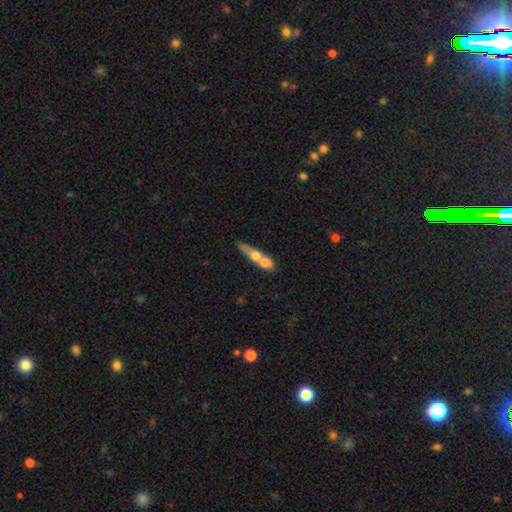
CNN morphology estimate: A smooth galaxy with no disk features (57%) that is cigar-shaped (50%). Merging: merger (67%).